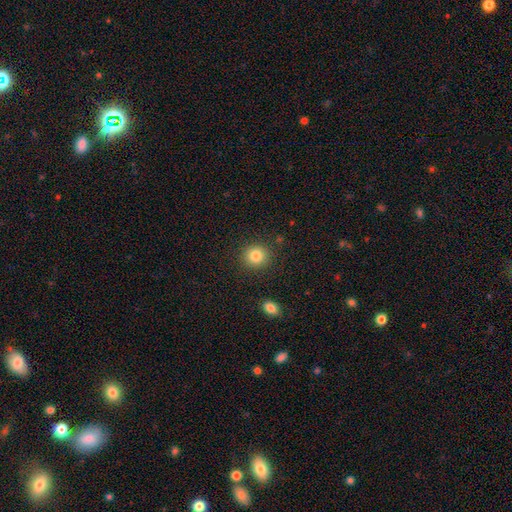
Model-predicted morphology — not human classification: Smooth or featured? smooth (85%)
How rounded? round (86%)
Merging? none (88%)